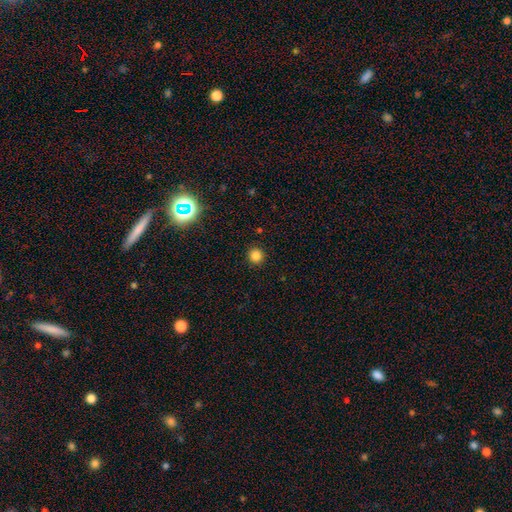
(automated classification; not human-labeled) A smooth galaxy with no disk features (82%) that is round (93%).

Vote fractions:
- Smooth or featured? smooth: 82% / star or artifact: 14% / featured or disk: 4%
- How rounded? round: 93% / in between: 6% / cigar-shaped: 1%
- Merging? none: 92% / minor disturbance: 5% / major disturbance: 2% / merger: 1%